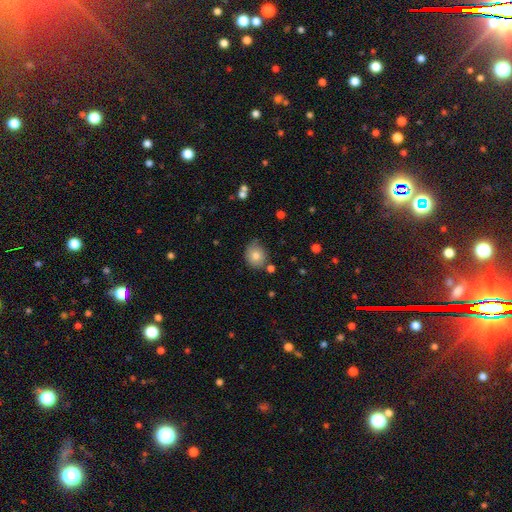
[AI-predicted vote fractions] The model was most divided on "how rounded": round: 71%, in between: 28%, cigar-shaped: 1%. More confident: smooth or featured — smooth (79%); merging — none (70%).